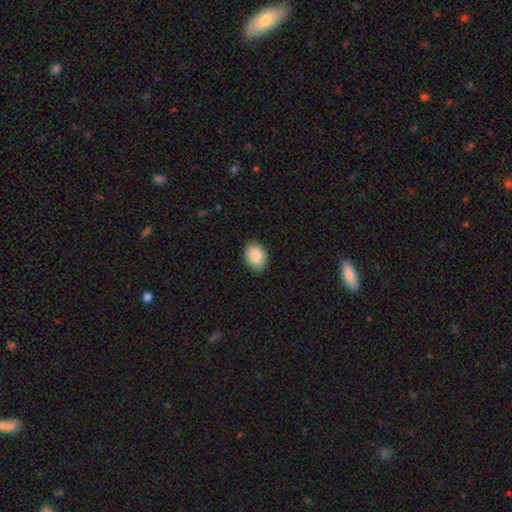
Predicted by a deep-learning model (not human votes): Overall: smooth (90%). How rounded: in between (68%; round 31%). Merging: none (87%).